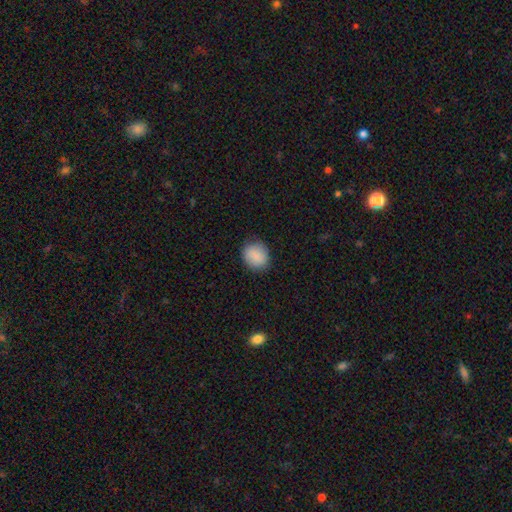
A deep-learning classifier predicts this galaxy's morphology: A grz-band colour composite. It shows a smooth galaxy with no disk features (87%) that is round (70%). Merging: none (84%).